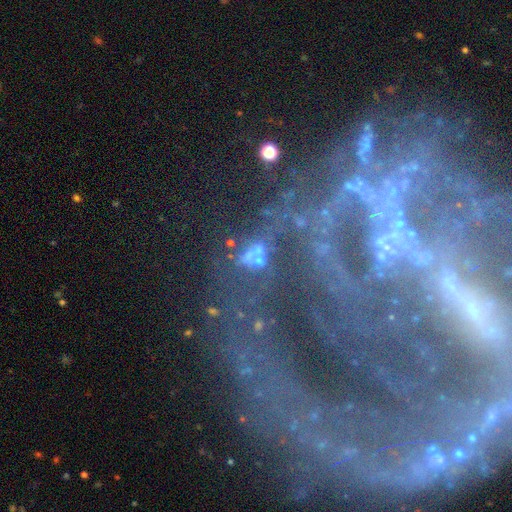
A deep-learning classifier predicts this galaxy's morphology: Q: Smooth or featured?
A: star or artifact (39%); runner-up: featured or disk (31%)